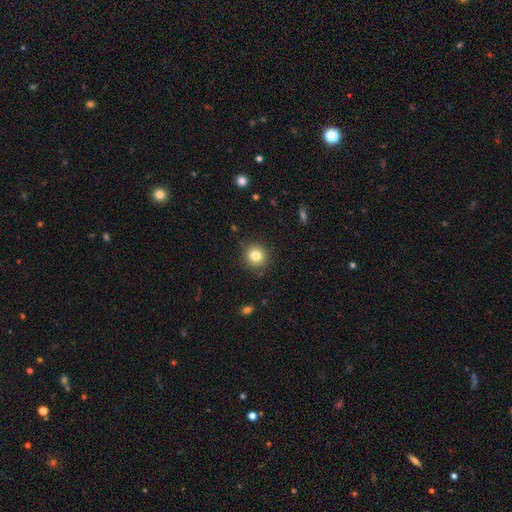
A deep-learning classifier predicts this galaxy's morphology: Q: Smooth or featured?
A: smooth (81%); runner-up: star or artifact (11%)
Q: How rounded?
A: round (91%); runner-up: in between (8%)
Q: Merging?
A: none (88%); runner-up: minor disturbance (8%)